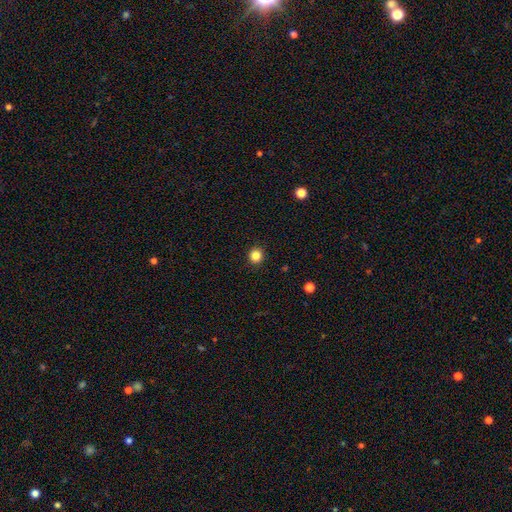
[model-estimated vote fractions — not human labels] Smooth or featured? smooth (84%)
How rounded? round (92%)
Merging? none (92%)